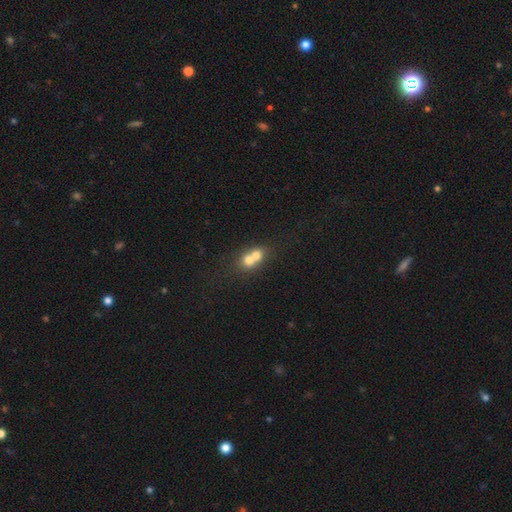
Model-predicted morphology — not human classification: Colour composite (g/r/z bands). It shows a smooth galaxy with no disk features (67%) that is round (67%). Merging: merger (73%).